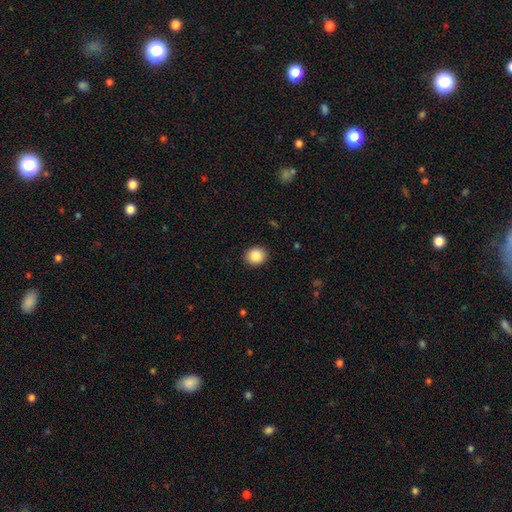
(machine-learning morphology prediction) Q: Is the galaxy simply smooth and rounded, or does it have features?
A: smooth — 87%.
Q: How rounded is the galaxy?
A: round — 77%.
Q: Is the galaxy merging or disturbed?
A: none — 91%.